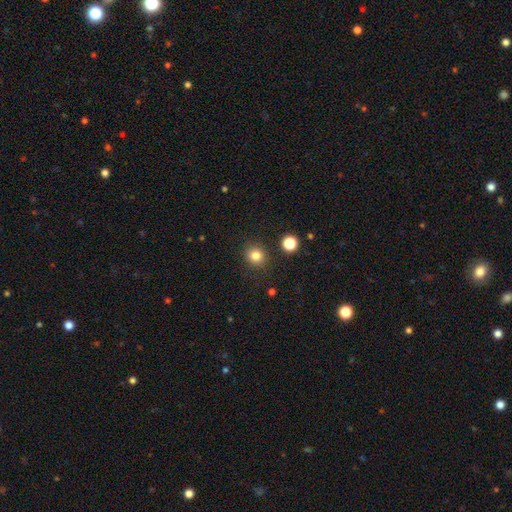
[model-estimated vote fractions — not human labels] Q: Smooth or featured?
A: smooth (82%); runner-up: star or artifact (13%)
Q: How rounded?
A: round (86%); runner-up: in between (13%)
Q: Merging?
A: none (88%); runner-up: minor disturbance (7%)